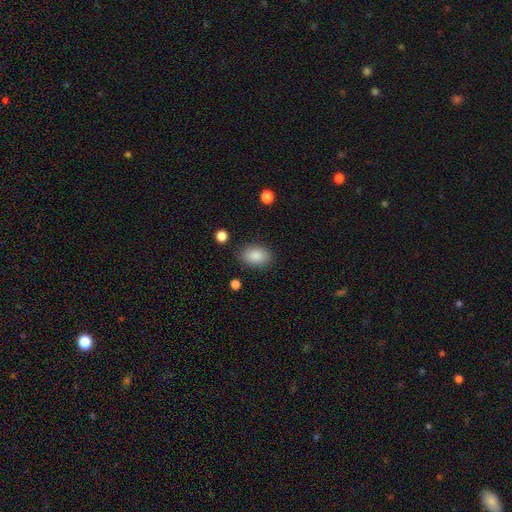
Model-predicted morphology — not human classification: This is clearly a smooth galaxy (87%). How rounded: clearly in between (87%). Merging: clearly none (85%).